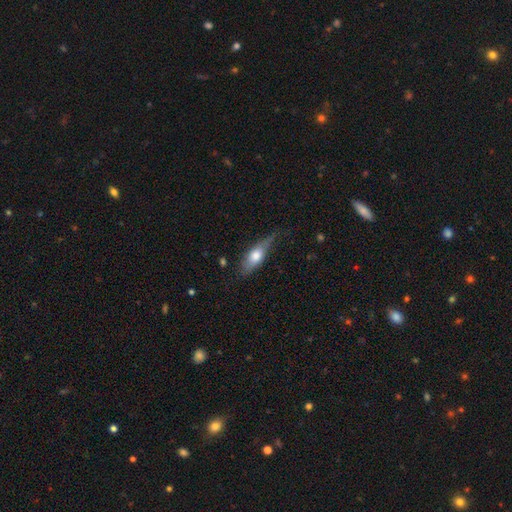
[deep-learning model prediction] Smooth or featured? smooth (62%)
How rounded? in between (61%)
Merging? none (54%)